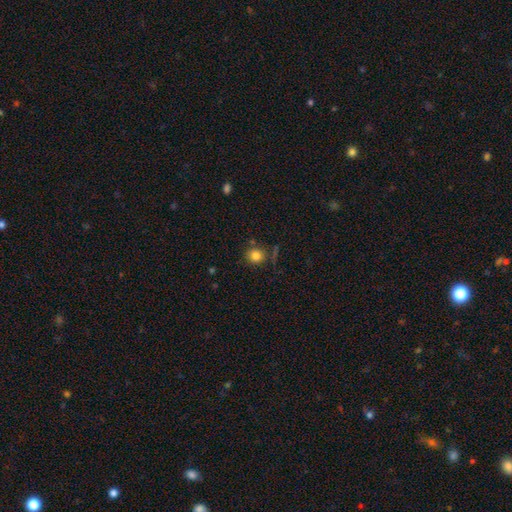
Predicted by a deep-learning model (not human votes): Morphology: type=smooth (82%); roundness=round (88%); merging=none (78%).